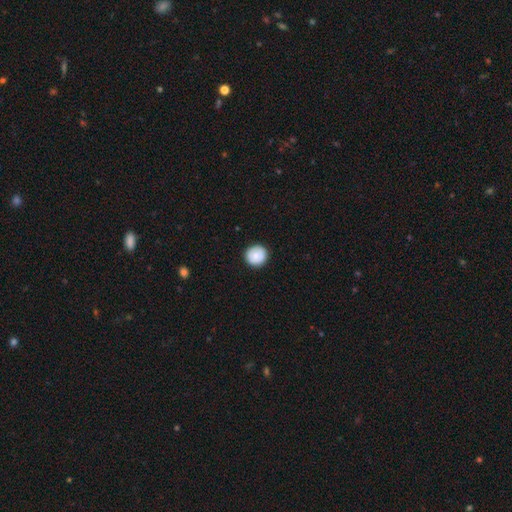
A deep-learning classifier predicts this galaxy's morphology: A smooth galaxy with no disk features (77%) that is round (94%).

Vote fractions:
- Smooth or featured? smooth: 77% / featured or disk: 16% / star or artifact: 7%
- How rounded? round: 94% / in between: 5% / cigar-shaped: 1%
- Merging? none: 90% / minor disturbance: 8% / major disturbance: 2% / merger: 1%